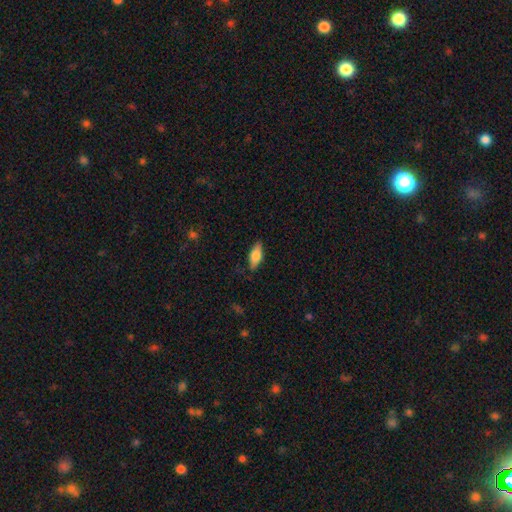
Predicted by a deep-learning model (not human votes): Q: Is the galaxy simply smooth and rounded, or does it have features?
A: smooth — 71%.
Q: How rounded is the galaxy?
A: in between — 76%.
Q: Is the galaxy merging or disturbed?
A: none — 83%.